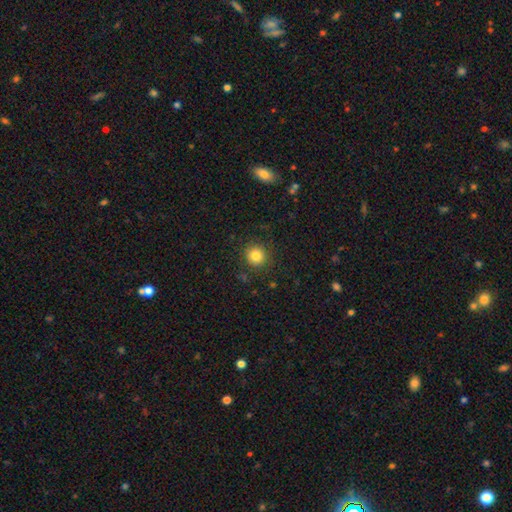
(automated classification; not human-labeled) Smooth or featured: smooth — 82% (star or artifact — 11%)
How rounded: round — 92% (in between — 7%)
Merging: none — 89% (minor disturbance — 7%)